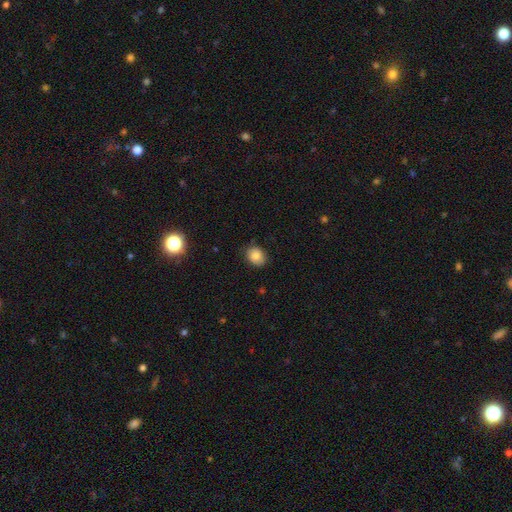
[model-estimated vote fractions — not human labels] Smooth or featured? Predicted: smooth (p=0.83). How rounded? Predicted: round (p=0.52). Merging? Predicted: none (p=0.79).